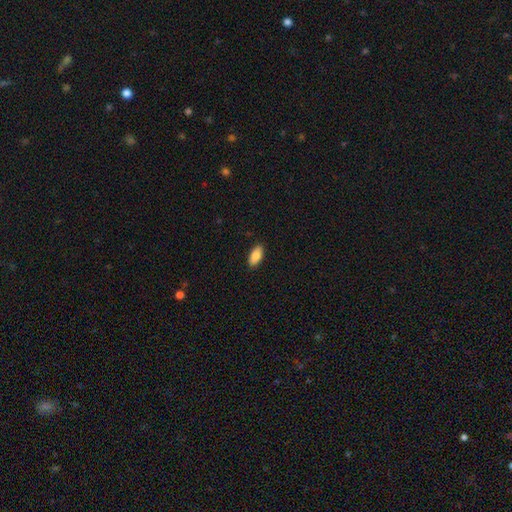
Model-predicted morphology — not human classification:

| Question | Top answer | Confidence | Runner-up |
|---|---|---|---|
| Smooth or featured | smooth | 86% | featured or disk (8%) |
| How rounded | in between | 88% | cigar-shaped (10%) |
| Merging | none | 88% | minor disturbance (9%) |